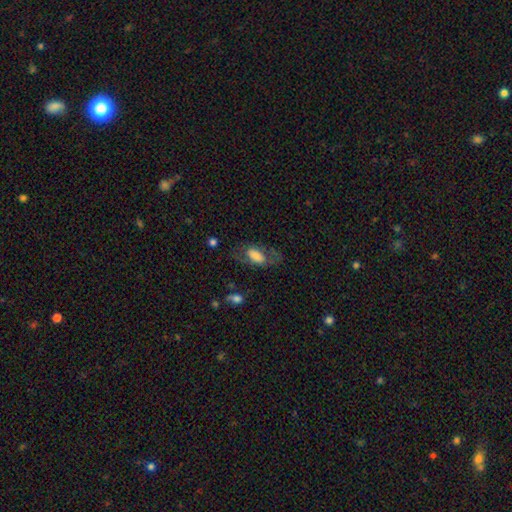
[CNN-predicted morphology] smooth 60%, featured or disk 32%, star or artifact 8%. Down the decision tree: how rounded — in between (89%); merging — none (55%).